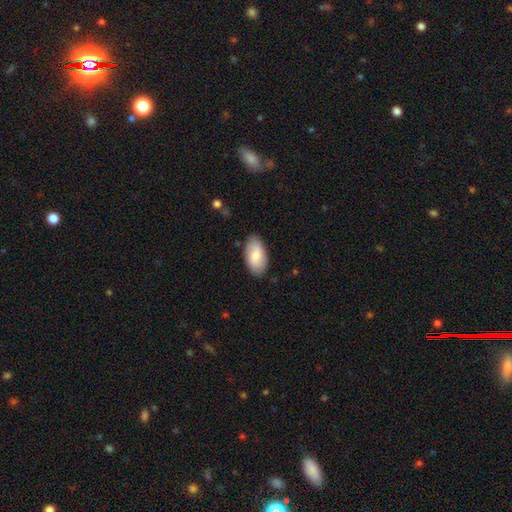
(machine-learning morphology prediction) Smooth or featured?
  - smooth: 77% *
  - featured or disk: 18%
  - star or artifact: 6%
How rounded?
  - in between: 95% *
  - round: 3%
  - cigar-shaped: 2%
Merging?
  - none: 83% *
  - minor disturbance: 13%
  - major disturbance: 2%
  - merger: 1%